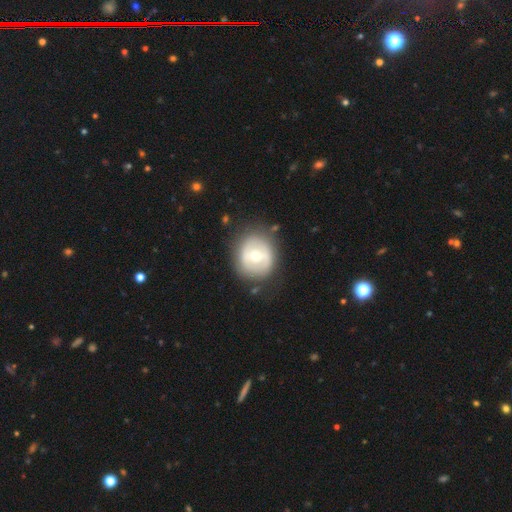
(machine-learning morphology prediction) Overall: featured or disk (48%; smooth 45%). Merging: none (79%).